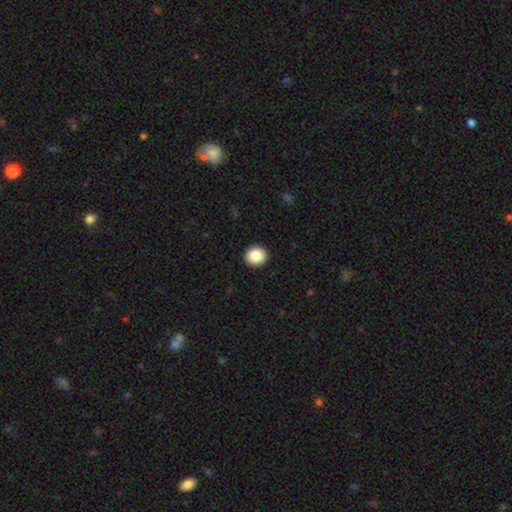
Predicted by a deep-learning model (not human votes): Smooth or featured? Predicted: smooth (p=0.86). How rounded? Predicted: round (p=0.86). Merging? Predicted: none (p=0.93).